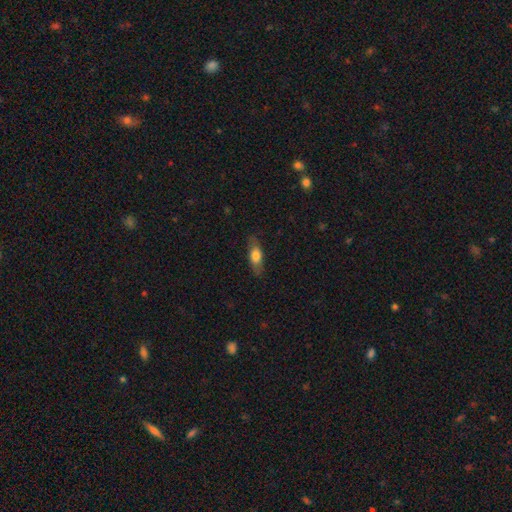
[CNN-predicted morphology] smooth 68%, featured or disk 25%, star or artifact 7%. Down the decision tree: how rounded — in between (67%); merging — none (80%).